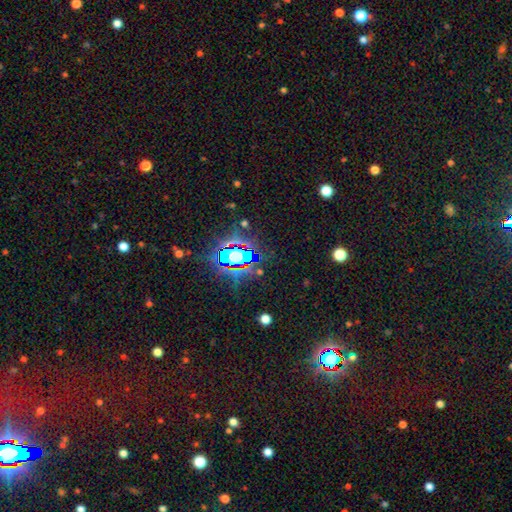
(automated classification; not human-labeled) Q: Smooth or featured?
A: star or artifact (79%); runner-up: smooth (13%)